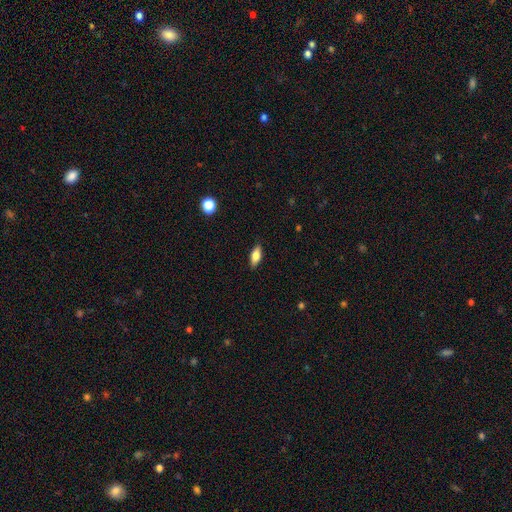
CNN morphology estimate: A smooth galaxy with no disk features (75%) that is in between round and cigar-shaped (79%).

Vote fractions:
- Smooth or featured? smooth: 75% / featured or disk: 18% / star or artifact: 7%
- How rounded? in between: 79% / cigar-shaped: 18% / round: 3%
- Merging? none: 88% / minor disturbance: 9% / major disturbance: 2% / merger: 1%